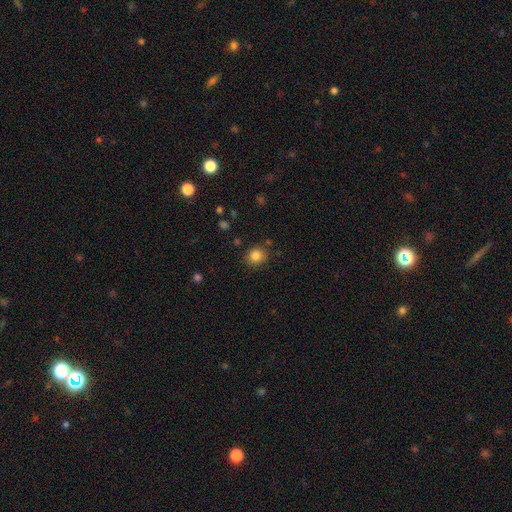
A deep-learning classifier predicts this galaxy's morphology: Smooth or featured? Predicted: smooth (p=0.84). How rounded? Predicted: round (p=0.83). Merging? Predicted: none (p=0.83).